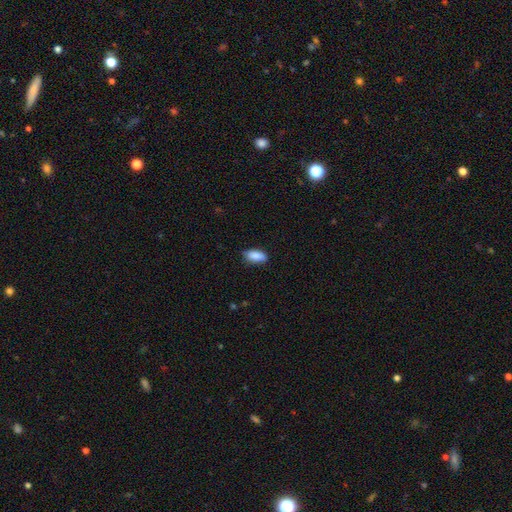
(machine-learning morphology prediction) Smooth or featured: smooth — 88% (star or artifact — 7%)
How rounded: in between — 88% (cigar-shaped — 9%)
Merging: none — 81% (minor disturbance — 16%)